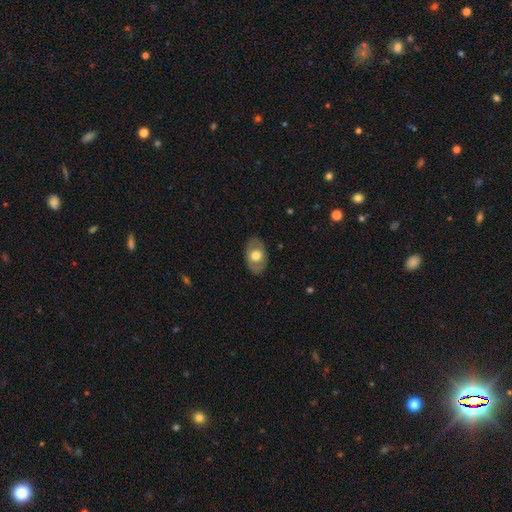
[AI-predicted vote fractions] Smooth or featured? Predicted: smooth (p=0.59). How rounded? Predicted: in between (p=0.83). Merging? Predicted: none (p=0.84).